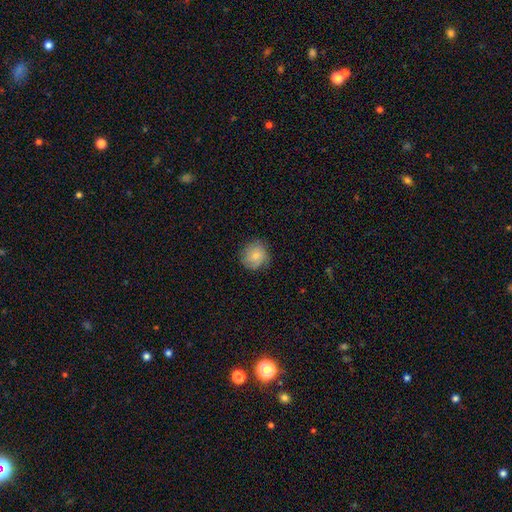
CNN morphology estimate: Smooth or featured: smooth — 82% (featured or disk — 10%)
How rounded: round — 90% (in between — 9%)
Merging: none — 81% (minor disturbance — 15%)